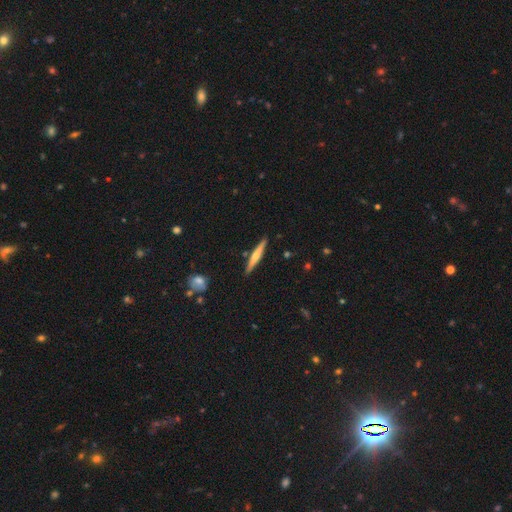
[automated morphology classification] A featured or disk galaxy (50%) viewed edge-on (97%). Merging: none (88%).